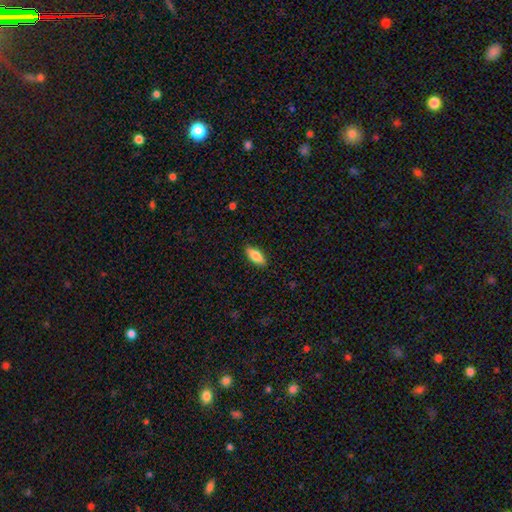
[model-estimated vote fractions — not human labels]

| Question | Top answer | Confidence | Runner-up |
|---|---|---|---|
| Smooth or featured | smooth | 81% | featured or disk (13%) |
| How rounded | in between | 80% | cigar-shaped (18%) |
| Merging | none | 88% | minor disturbance (9%) |